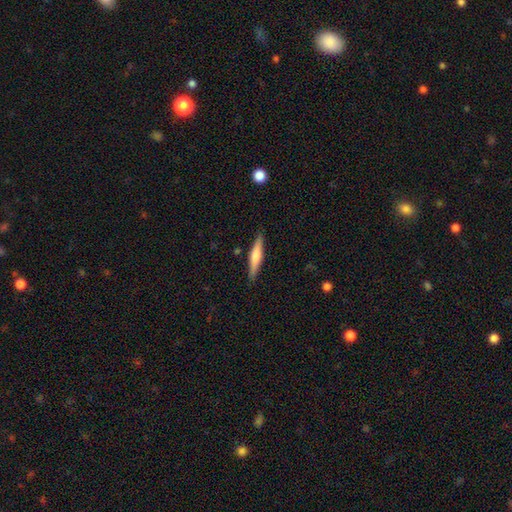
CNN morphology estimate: Overall: smooth (54%; featured or disk 40%). How rounded: cigar-shaped (88%). Merging: none (89%).